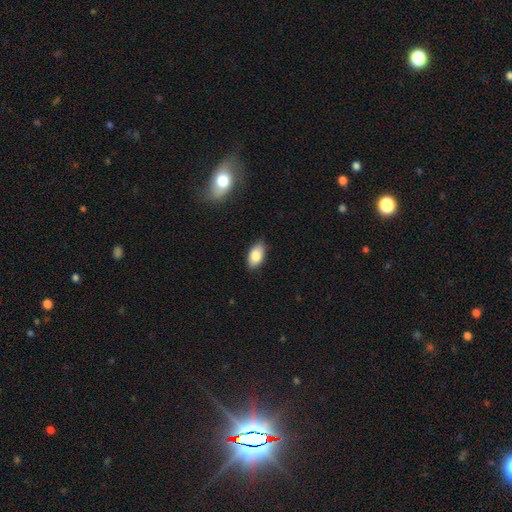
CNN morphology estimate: Smooth or featured? Predicted: smooth (p=0.83). How rounded? Predicted: in between (p=0.93). Merging? Predicted: none (p=0.85).